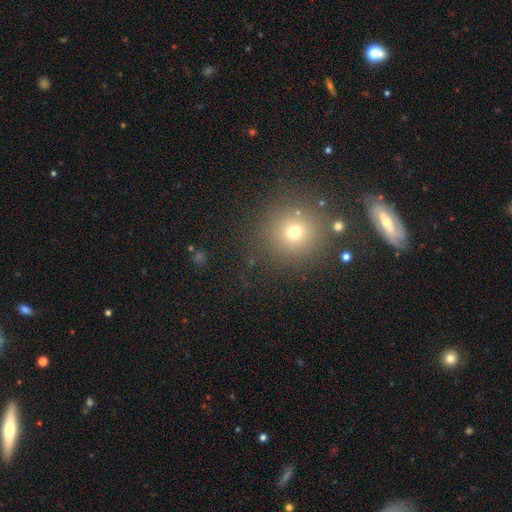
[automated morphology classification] type=smooth (56%); roundness=round (91%); merging=none (83%).